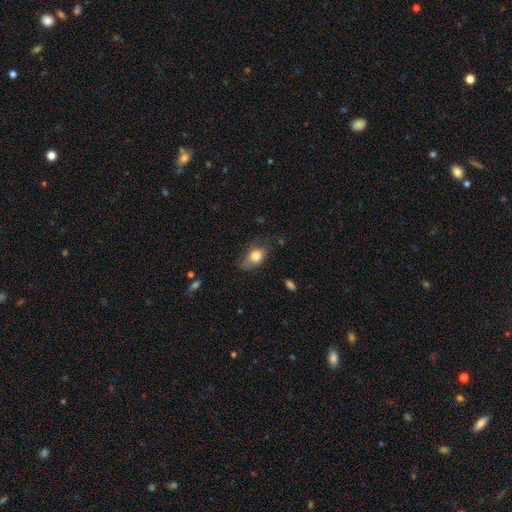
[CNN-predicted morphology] Smooth or featured? Predicted: smooth (p=0.76). How rounded? Predicted: in between (p=0.85). Merging? Predicted: none (p=0.64).